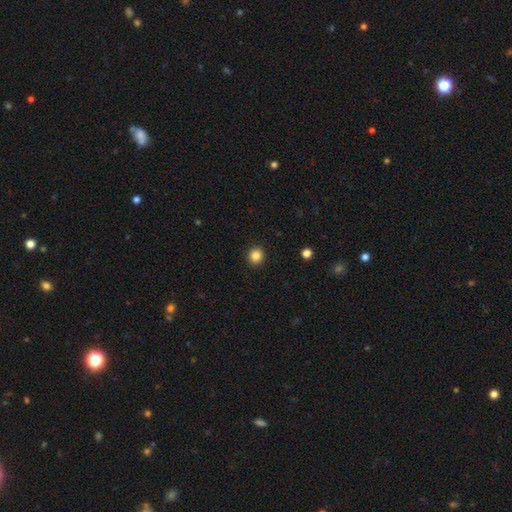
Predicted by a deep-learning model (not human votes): smooth_or_featured: smooth (p=0.85) [alt: star or artifact p=0.11]
how_rounded: round (p=0.89) [alt: in between p=0.10]
merging: none (p=0.92) [alt: minor disturbance p=0.05]